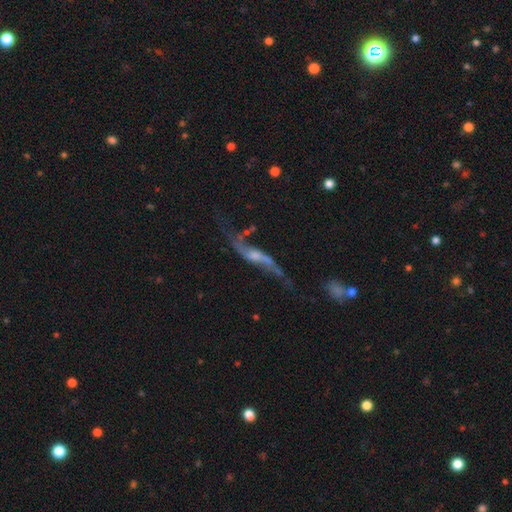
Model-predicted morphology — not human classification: type=featured or disk (82%); edge-on=no (71%); bar=no (49%); spiral arms=yes (90%); winding=loose (89%); arm count=2 (90%); bulge=small (46%); merging=none (50%).